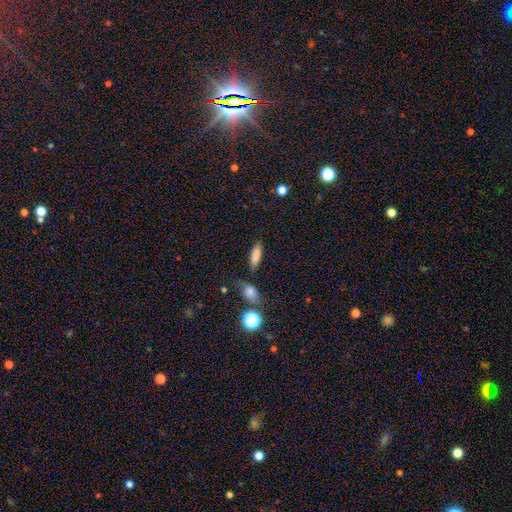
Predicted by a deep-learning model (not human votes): This is clearly a smooth galaxy (81%). How rounded: possibly in between (54%). Merging: likely none (72%).